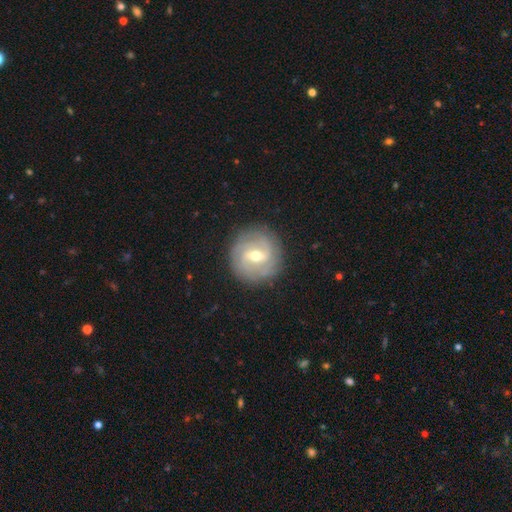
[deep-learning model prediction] Smooth or featured: featured or disk — 80% (smooth — 14%)
Edge-on disk: no — 97% (yes — 3%)
Bar: weak — 56% (strong — 24%)
Spiral arms: yes — 91% (no — 9%)
Spiral winding: tight — 61% (medium — 30%)
Spiral arm count: 2 — 38% (can't tell — 26%)
Bulge size: moderate — 62% (small — 34%)
Merging: none — 86% (minor disturbance — 9%)